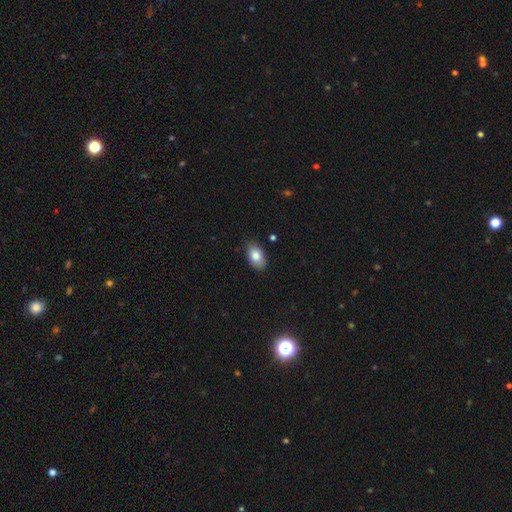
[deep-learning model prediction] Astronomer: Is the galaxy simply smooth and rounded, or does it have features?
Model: smooth — 83%.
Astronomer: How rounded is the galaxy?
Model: in between — 91%.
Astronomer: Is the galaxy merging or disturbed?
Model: none — 83%.